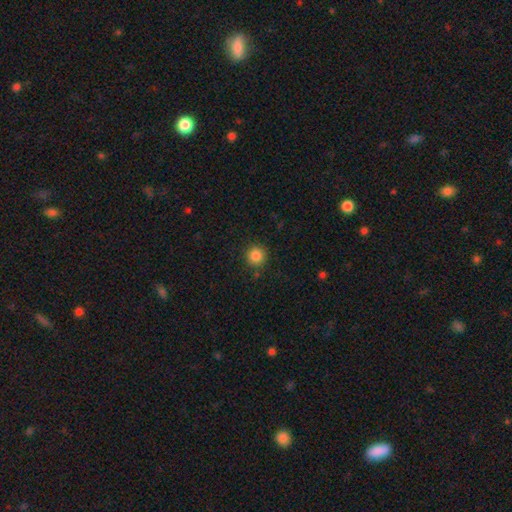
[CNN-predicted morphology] Smooth or featured?
  - smooth: 84% *
  - star or artifact: 11%
  - featured or disk: 5%
How rounded?
  - round: 94% *
  - in between: 5%
  - cigar-shaped: 1%
Merging?
  - none: 89% *
  - minor disturbance: 7%
  - major disturbance: 2%
  - merger: 2%